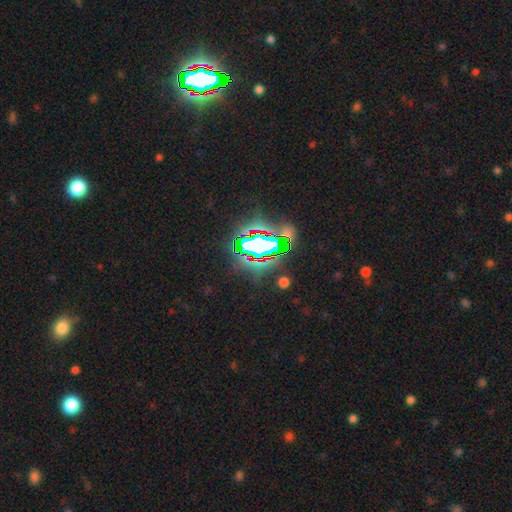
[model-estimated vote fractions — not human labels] A star or artifact, not a galaxy (80%).